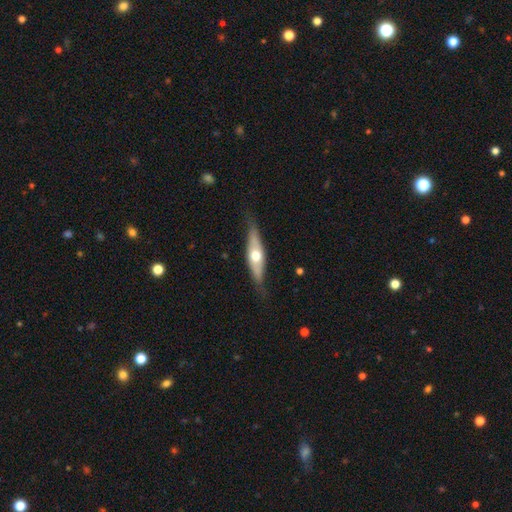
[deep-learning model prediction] Smooth or featured: featured or disk — 54% (smooth — 41%)
Edge-on disk: yes — 77% (no — 23%)
Merging: none — 77% (minor disturbance — 18%)